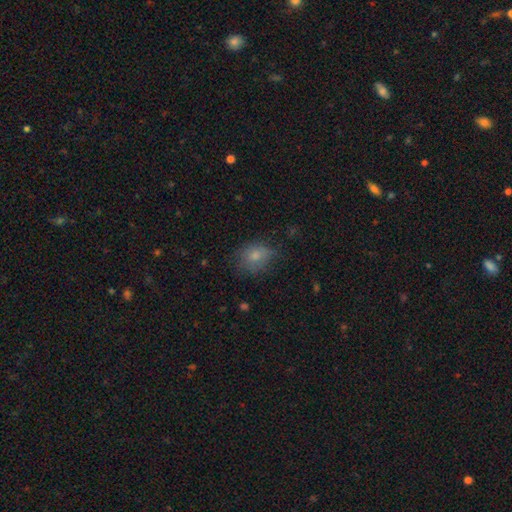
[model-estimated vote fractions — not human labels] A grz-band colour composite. It shows a smooth galaxy with no disk features (77%) that is round (51%). Merging: none (61%).